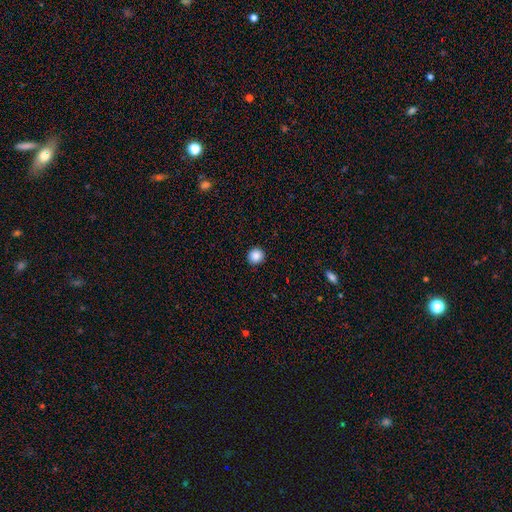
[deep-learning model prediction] Smooth or featured: smooth — 88% (star or artifact — 9%)
How rounded: round — 94% (in between — 5%)
Merging: none — 93% (minor disturbance — 4%)